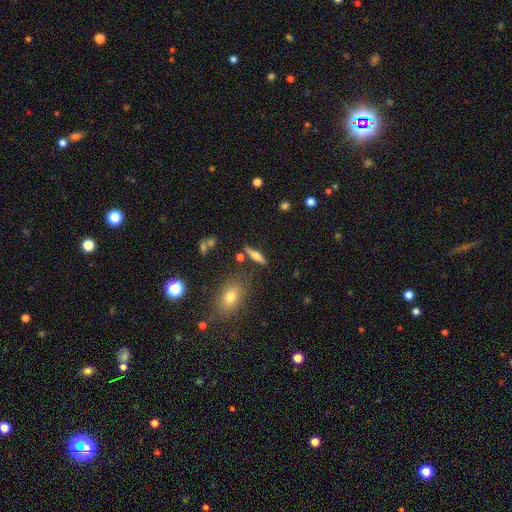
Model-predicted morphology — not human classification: Smooth or featured?
  - smooth: 46% *
  - featured or disk: 44%
  - star or artifact: 10%
Merging?
  - none: 77% *
  - minor disturbance: 12%
  - merger: 7%
  - major disturbance: 4%